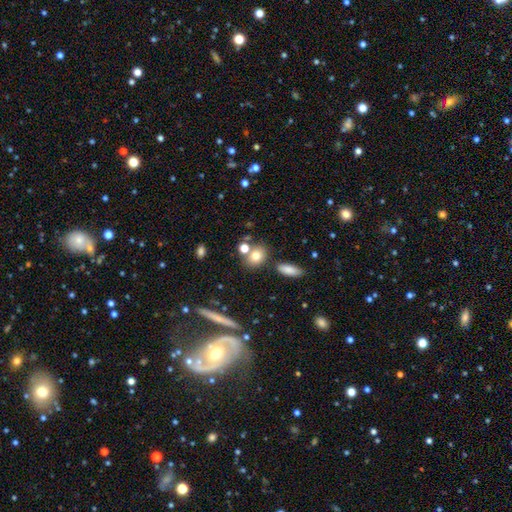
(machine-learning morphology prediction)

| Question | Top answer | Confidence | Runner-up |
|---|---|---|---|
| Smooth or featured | smooth | 75% | featured or disk (13%) |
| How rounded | round | 64% | in between (33%) |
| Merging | none | 64% | merger (21%) |